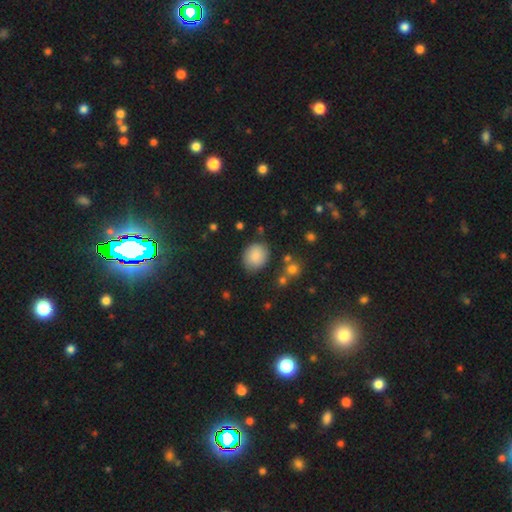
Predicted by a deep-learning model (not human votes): A smooth galaxy with no disk features (85%) that is round (68%). Merging: none (78%).